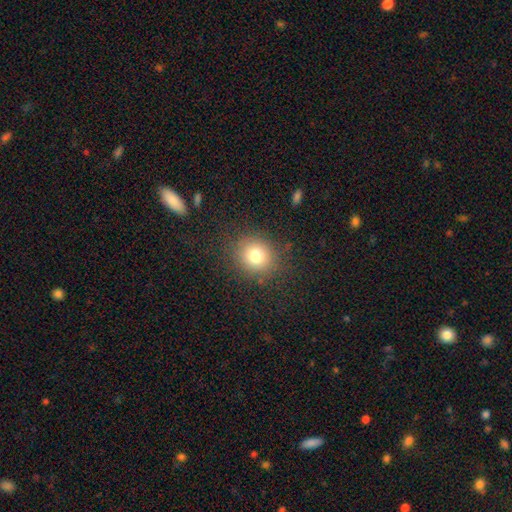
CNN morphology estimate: Smooth or featured: smooth — 78% (star or artifact — 13%)
How rounded: round — 84% (in between — 15%)
Merging: none — 86% (minor disturbance — 8%)